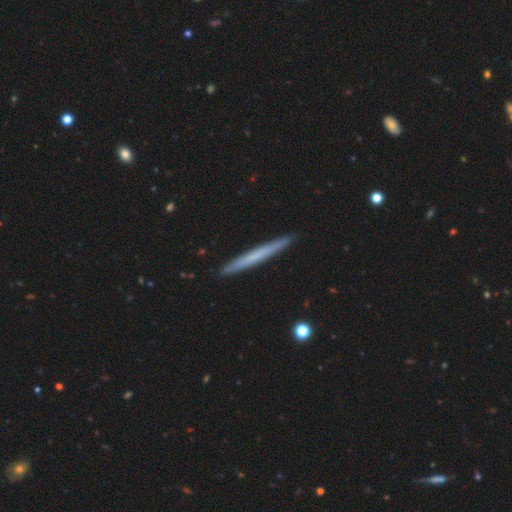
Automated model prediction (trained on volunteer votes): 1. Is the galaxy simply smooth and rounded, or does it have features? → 53% smooth, 42% featured or disk, 6% star or artifact.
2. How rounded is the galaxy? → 97% cigar-shaped, 1% in between, 1% round.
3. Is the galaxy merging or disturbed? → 92% none, 6% minor disturbance, 1% major disturbance, 1% merger.